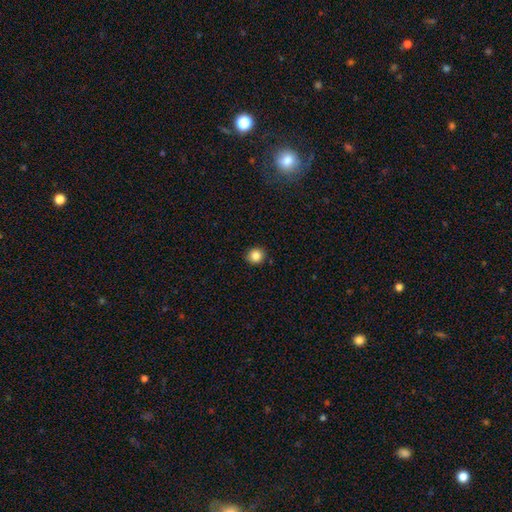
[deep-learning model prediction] Q: Smooth or featured?
A: smooth (85%); runner-up: star or artifact (11%)
Q: How rounded?
A: round (88%); runner-up: in between (11%)
Q: Merging?
A: none (91%); runner-up: minor disturbance (6%)